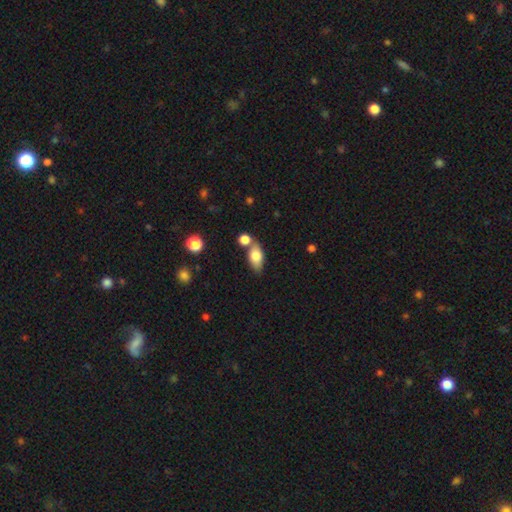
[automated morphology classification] Q: Smooth or featured?
A: smooth (77%); runner-up: featured or disk (15%)
Q: How rounded?
A: in between (85%); runner-up: round (8%)
Q: Merging?
A: none (58%); runner-up: merger (23%)